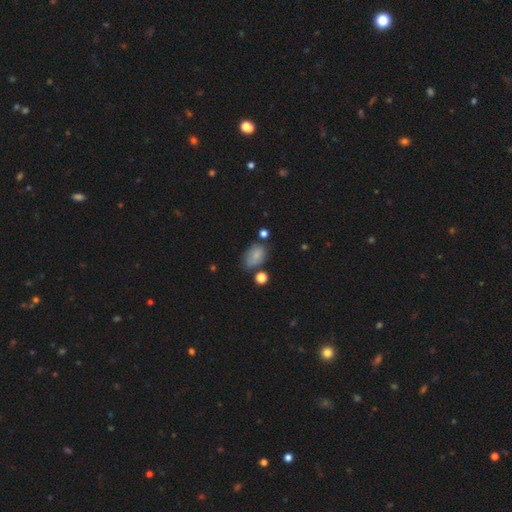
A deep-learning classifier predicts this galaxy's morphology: A smooth galaxy with no disk features (78%) that is in between round and cigar-shaped (87%).

Vote fractions:
- Smooth or featured? smooth: 78% / featured or disk: 11% / star or artifact: 11%
- How rounded? in between: 87% / round: 12% / cigar-shaped: 2%
- Merging? none: 57% / minor disturbance: 28% / major disturbance: 8% / merger: 7%